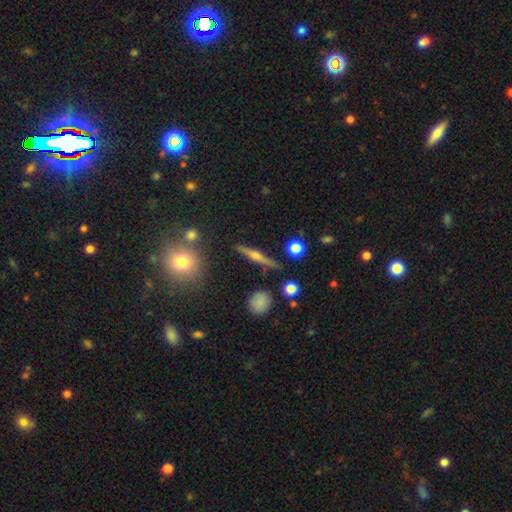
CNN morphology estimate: Overall: featured or disk (68%). Edge-on disk: yes (96%). Edge-on bulge: rounded (91%). Merging: none (87%).